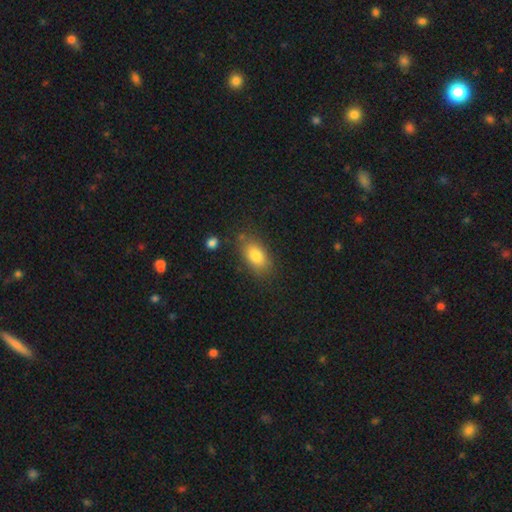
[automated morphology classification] Q: Smooth or featured?
A: smooth (81%); runner-up: featured or disk (11%)
Q: How rounded?
A: in between (88%); runner-up: round (9%)
Q: Merging?
A: none (77%); runner-up: minor disturbance (15%)